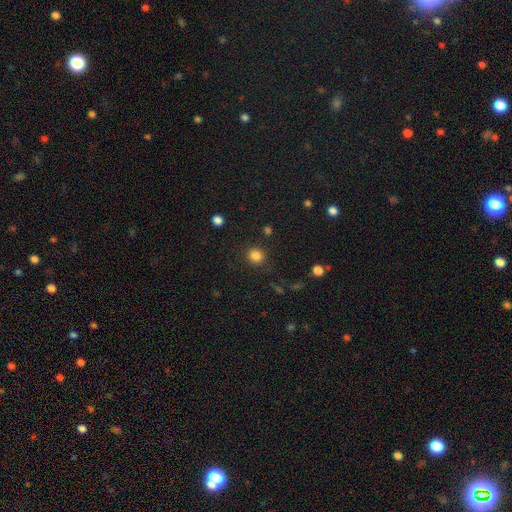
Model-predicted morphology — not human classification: Smooth or featured? Predicted: smooth (p=0.84). How rounded? Predicted: round (p=0.91). Merging? Predicted: none (p=0.88).